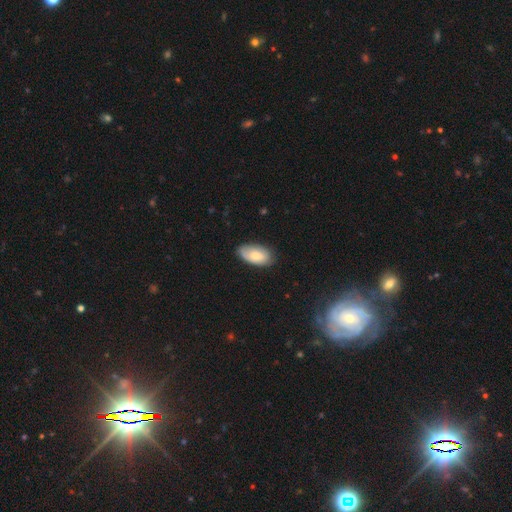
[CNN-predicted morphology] smooth 72%, featured or disk 22%, star or artifact 6%. Down the decision tree: how rounded — in between (95%); merging — none (77%).